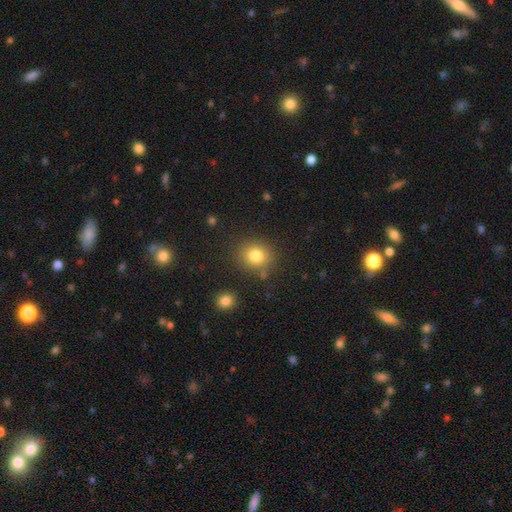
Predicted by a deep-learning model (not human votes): Smooth or featured? smooth (81%)
How rounded? round (76%)
Merging? none (82%)